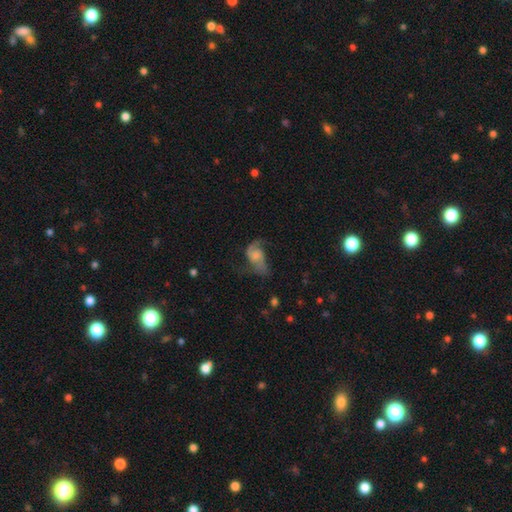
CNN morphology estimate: smooth-or-featured: featured or disk: 61% | smooth: 30% | star or artifact: 8%
  disk-edge-on: no: 97% | yes: 3%
    bar: no: 69% | weak: 26% | strong: 5%
    has-spiral-arms: yes: 84% | no: 16%
      spiral-winding: loose: 60% | medium: 31% | tight: 10%
      spiral-arm-count: 2: 77% | 1: 12% | can't tell: 7% | 3: 2% | 4: 1% | more than 4: 1%
    bulge-size: small: 46% | moderate: 33% | none: 13% | large: 6% | dominant: 2%
  merging: major disturbance: 37% | none: 34% | minor disturbance: 26% | merger: 3%